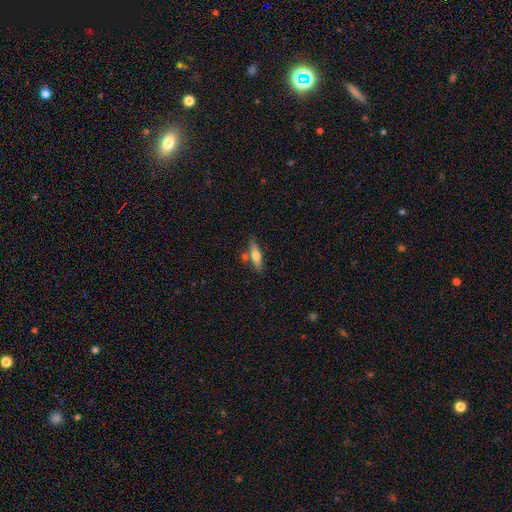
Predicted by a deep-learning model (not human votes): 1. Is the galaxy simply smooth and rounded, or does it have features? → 60% smooth, 34% featured or disk, 6% star or artifact.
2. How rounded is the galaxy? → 63% cigar-shaped, 35% in between, 2% round.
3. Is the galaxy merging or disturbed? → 70% none, 14% minor disturbance, 13% merger, 3% major disturbance.